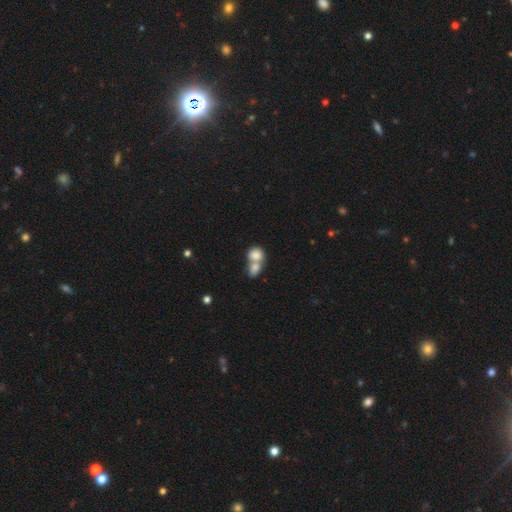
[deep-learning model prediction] smooth-or-featured: smooth: 81% | featured or disk: 11% | star or artifact: 8%
  how-rounded: round: 58% | in between: 41% | cigar-shaped: 2%
  merging: merger: 71% | none: 21% | minor disturbance: 5% | major disturbance: 3%